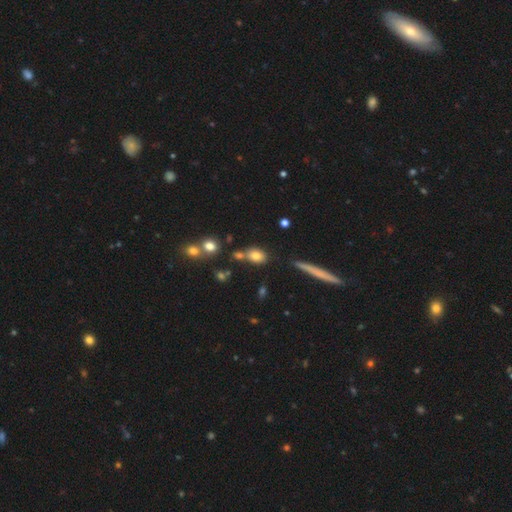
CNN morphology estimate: smooth 78%, featured or disk 11%, star or artifact 10%. Down the decision tree: how rounded — in between (68%); merging — none (68%).